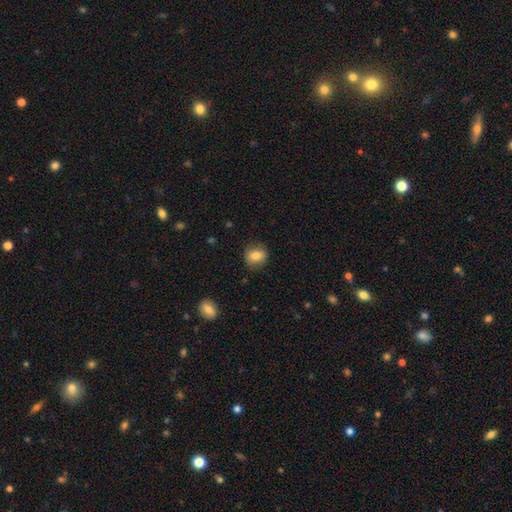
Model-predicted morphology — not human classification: Overall: smooth (80%). How rounded: round (64%; in between 35%). Merging: none (84%).